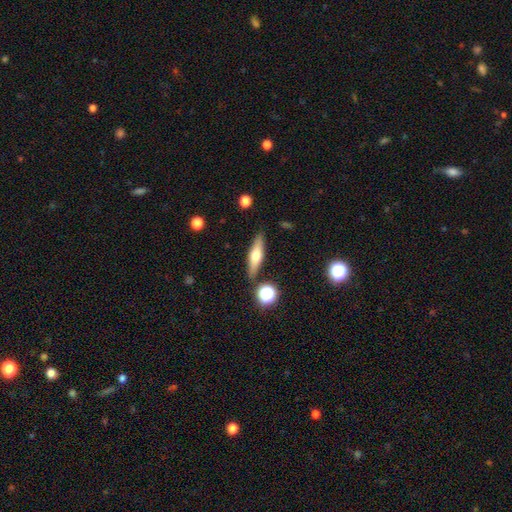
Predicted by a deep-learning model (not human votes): A smooth galaxy with no disk features (52%) that is cigar-shaped (65%).

Vote fractions:
- Smooth or featured? smooth: 52% / featured or disk: 40% / star or artifact: 8%
- How rounded? cigar-shaped: 65% / in between: 32% / round: 4%
- Merging? none: 85% / minor disturbance: 9% / merger: 4% / major disturbance: 2%